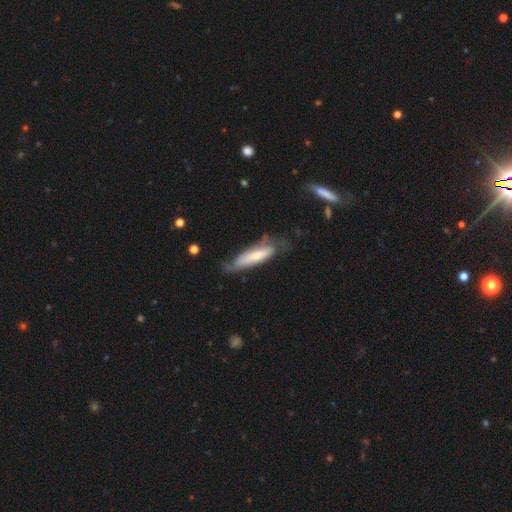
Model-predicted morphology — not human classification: This is possibly a smooth galaxy (55%). How rounded: likely cigar-shaped (68%). Merging: possibly none (51%).